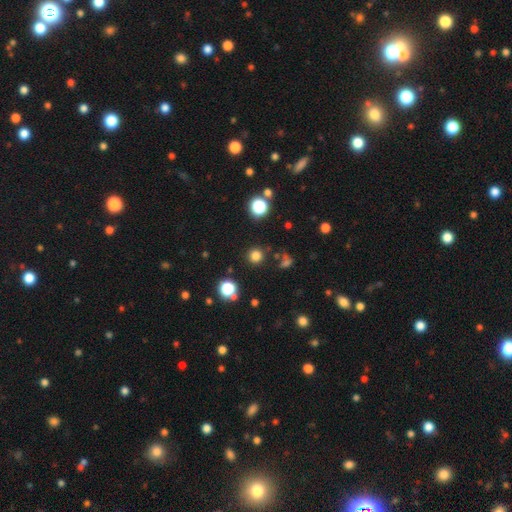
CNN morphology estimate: smooth-or-featured: smooth: 77% | star or artifact: 19% | featured or disk: 5%
  how-rounded: round: 94% | in between: 5% | cigar-shaped: 1%
  merging: none: 86% | minor disturbance: 7% | merger: 4% | major disturbance: 3%